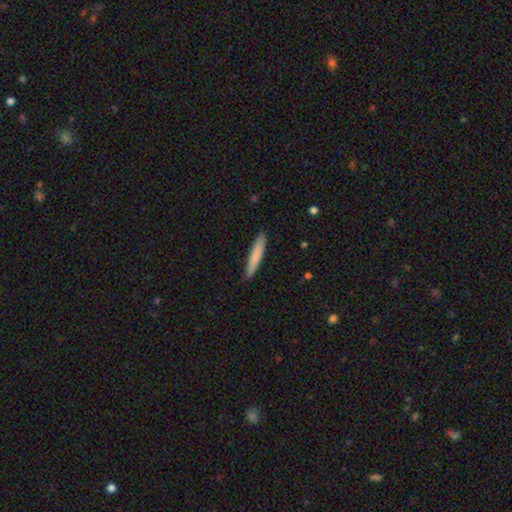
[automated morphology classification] A smooth galaxy with no disk features (80%) that is cigar-shaped (93%). Merging: none (86%).